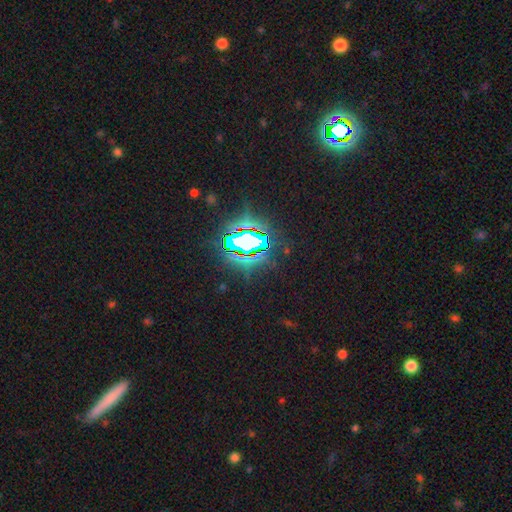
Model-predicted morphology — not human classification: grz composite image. It shows a star or artifact, not a galaxy (82%).